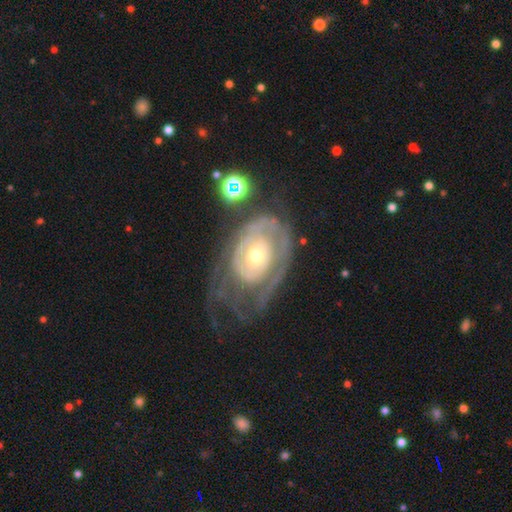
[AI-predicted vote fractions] This is clearly a featured or disk galaxy (82%). It is clearly not viewed edge-on (95%). Bar: likely no (77%). Spiral arm pattern: clearly yes (81%). Spiral arm count: possibly can't tell (50%). Spiral winding: likely tight (70%). Central bulge: possibly moderate (50%). Merging: marginally none (40%).